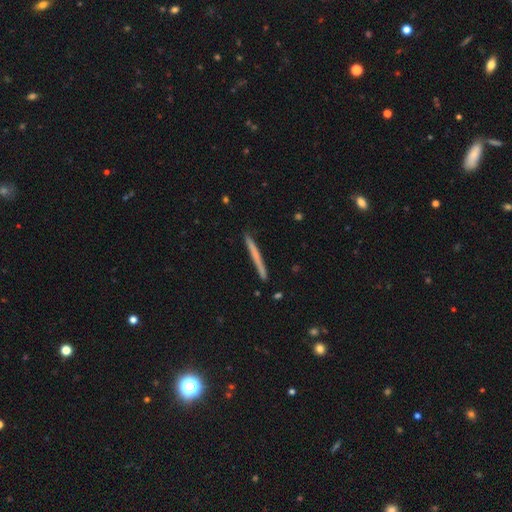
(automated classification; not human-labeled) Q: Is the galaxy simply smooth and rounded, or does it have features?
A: smooth — 57%.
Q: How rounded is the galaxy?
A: cigar-shaped — 97%.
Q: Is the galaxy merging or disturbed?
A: none — 91%.